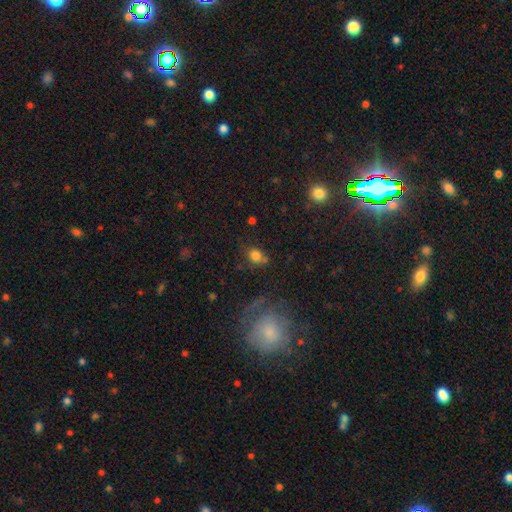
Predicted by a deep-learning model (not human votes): smooth-or-featured: smooth: 79% | star or artifact: 12% | featured or disk: 8%
  how-rounded: in between: 52% | round: 46% | cigar-shaped: 2%
  merging: none: 66% | minor disturbance: 19% | merger: 8% | major disturbance: 7%